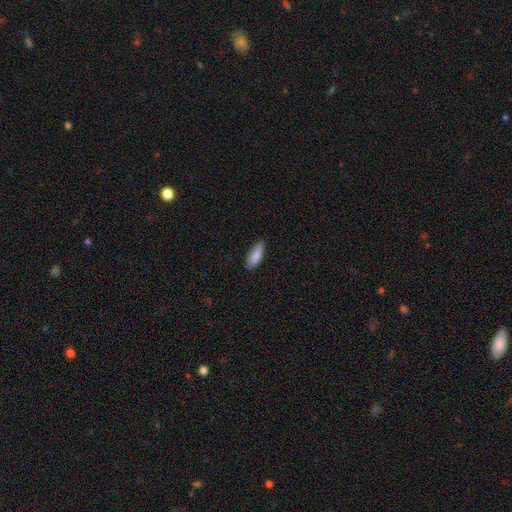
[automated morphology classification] Smooth or featured? Predicted: smooth (p=0.86). How rounded? Predicted: in between (p=0.65). Merging? Predicted: none (p=0.81).